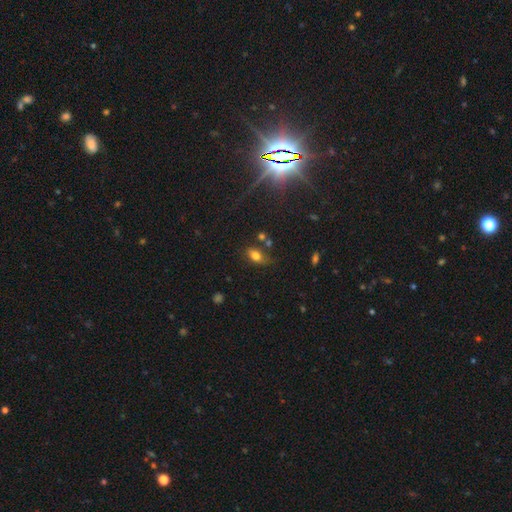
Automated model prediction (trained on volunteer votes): Q: Smooth or featured?
A: smooth (75%); runner-up: featured or disk (13%)
Q: How rounded?
A: in between (82%); runner-up: round (13%)
Q: Merging?
A: none (62%); runner-up: minor disturbance (21%)